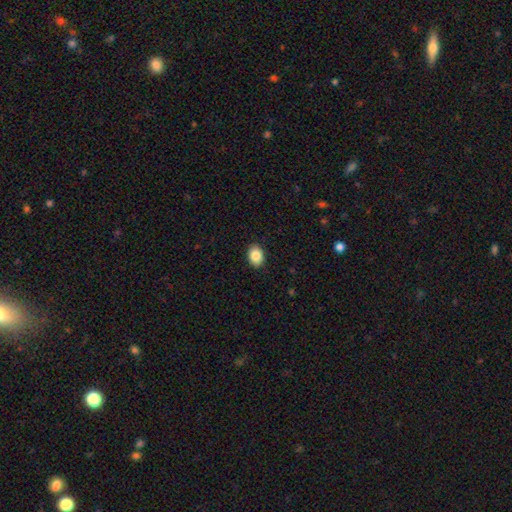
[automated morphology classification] A smooth galaxy with no disk features (87%) that is in between round and cigar-shaped (78%).

Vote fractions:
- Smooth or featured? smooth: 87% / star or artifact: 8% / featured or disk: 5%
- How rounded? in between: 78% / round: 21% / cigar-shaped: 1%
- Merging? none: 90% / minor disturbance: 8% / major disturbance: 2% / merger: 1%